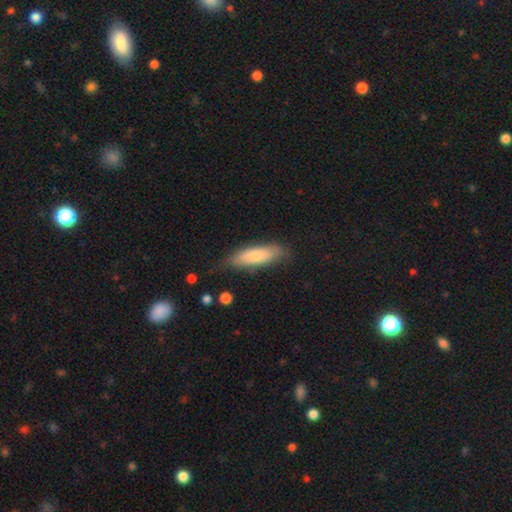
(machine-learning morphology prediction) A smooth galaxy with no disk features (76%) that is cigar-shaped (50%).

Vote fractions:
- Smooth or featured? smooth: 76% / featured or disk: 18% / star or artifact: 6%
- How rounded? cigar-shaped: 50% / in between: 48% / round: 2%
- Merging? none: 72% / minor disturbance: 21% / major disturbance: 5% / merger: 2%